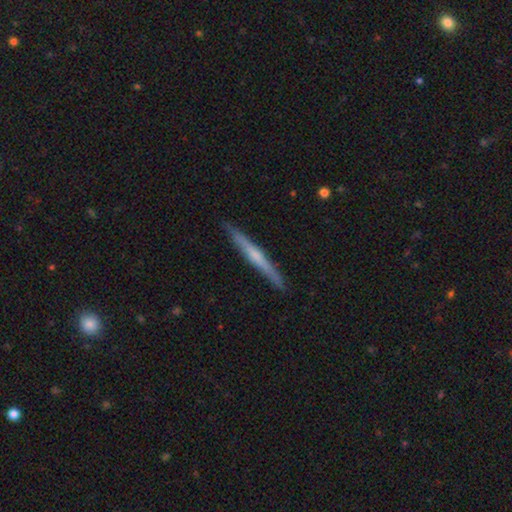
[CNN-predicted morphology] smooth-or-featured: featured or disk: 60% | smooth: 35% | star or artifact: 5%
  disk-edge-on: yes: 97% | no: 3%
    edge-on-bulge: none: 46% | rounded: 44% | boxy: 10%
  merging: none: 91% | minor disturbance: 7% | major disturbance: 1% | merger: 1%